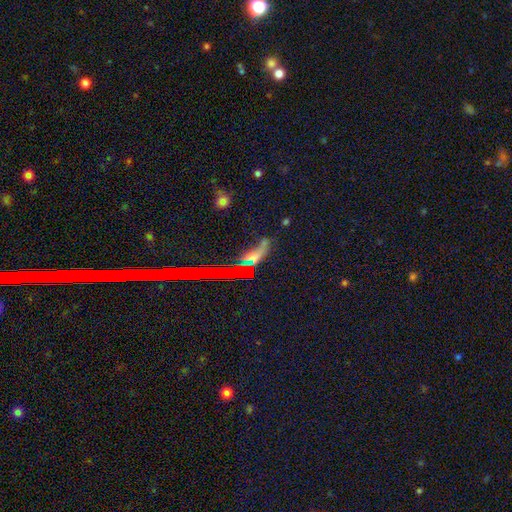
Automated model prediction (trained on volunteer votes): This is possibly a star or artifact rather than a galaxy (55%).